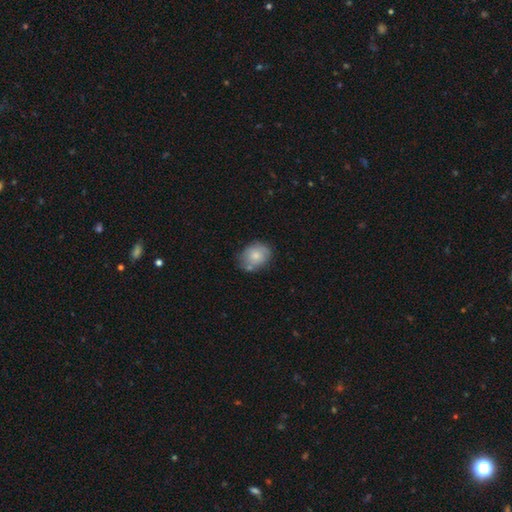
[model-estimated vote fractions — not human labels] This appears to be a smooth galaxy with no disk features (74%) that is round (50%). Merging: none (64%).